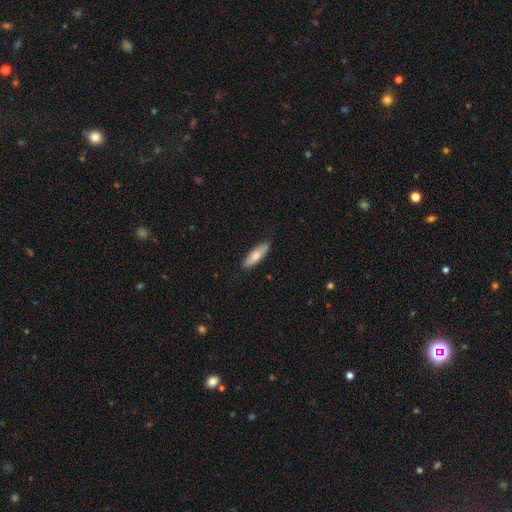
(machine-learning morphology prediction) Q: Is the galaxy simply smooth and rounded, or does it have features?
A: smooth — 74%.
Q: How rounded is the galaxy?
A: cigar-shaped — 54%.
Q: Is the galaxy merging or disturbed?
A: none — 86%.